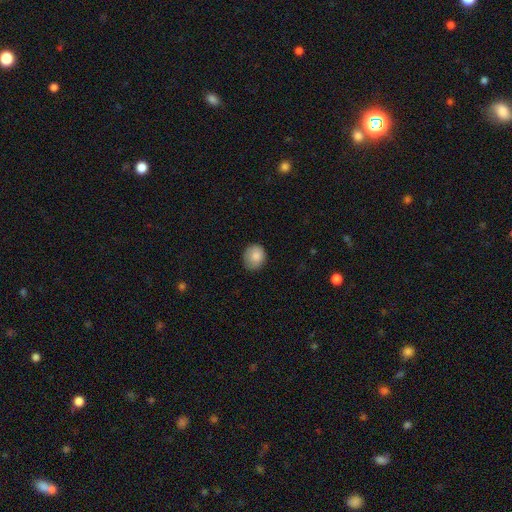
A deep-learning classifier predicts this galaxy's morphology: The model was most divided on "how rounded": round: 67%, in between: 32%, cigar-shaped: 1%. More confident: smooth or featured — smooth (85%); merging — none (76%).